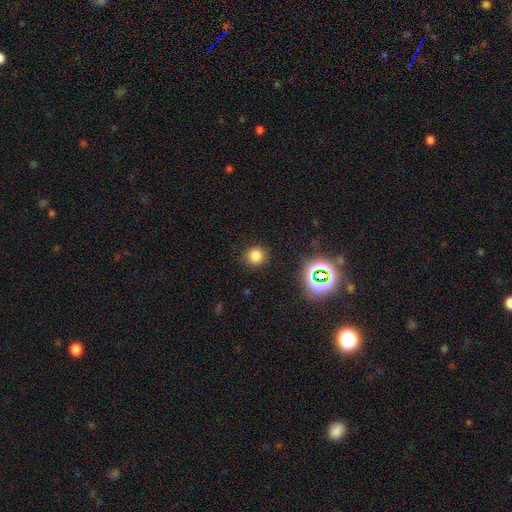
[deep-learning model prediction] Q: Smooth or featured?
A: smooth (77%); runner-up: star or artifact (18%)
Q: How rounded?
A: round (92%); runner-up: in between (7%)
Q: Merging?
A: none (89%); runner-up: minor disturbance (7%)